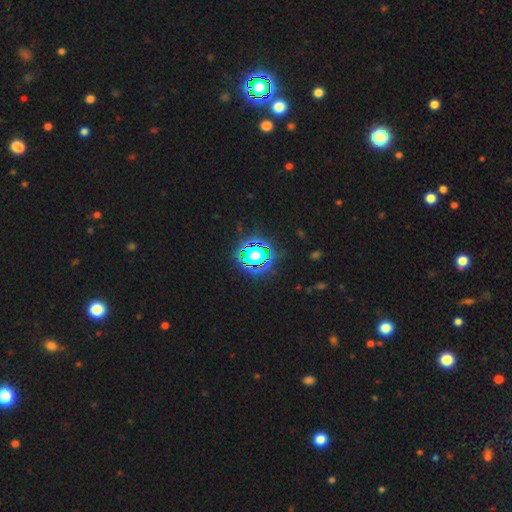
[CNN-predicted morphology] A star or artifact, not a galaxy (64%).